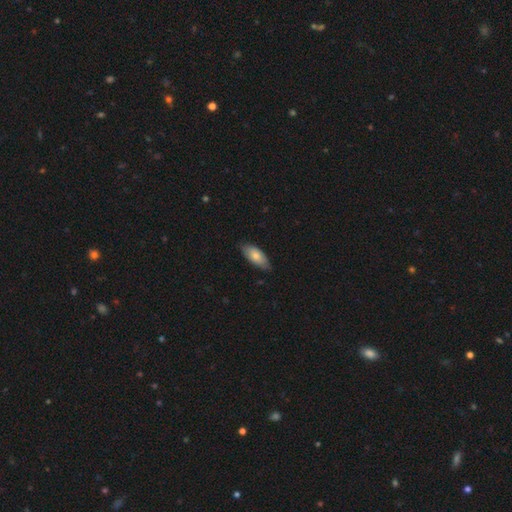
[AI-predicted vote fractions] A smooth galaxy with no disk features (74%) that is in between round and cigar-shaped (87%). Merging: none (75%).